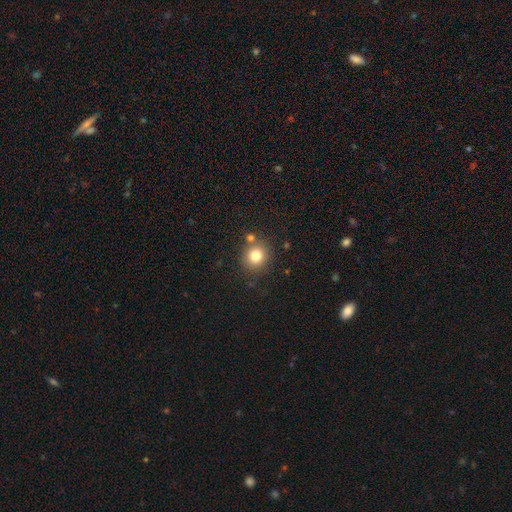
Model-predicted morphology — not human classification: Smooth or featured: smooth — 80% (star or artifact — 12%)
How rounded: round — 86% (in between — 13%)
Merging: none — 77% (merger — 10%)